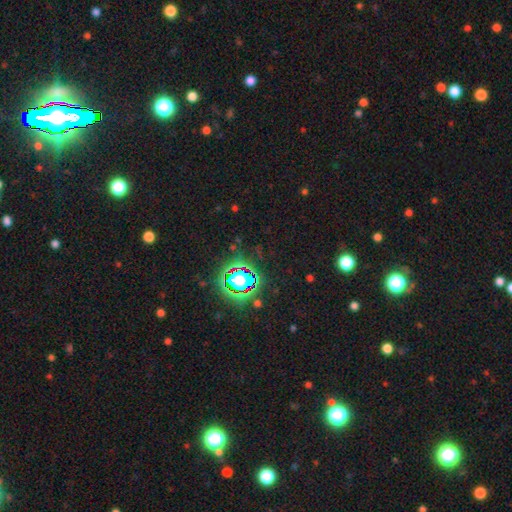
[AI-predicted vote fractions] Smooth or featured?
  - star or artifact: 80% *
  - smooth: 12%
  - featured or disk: 8%